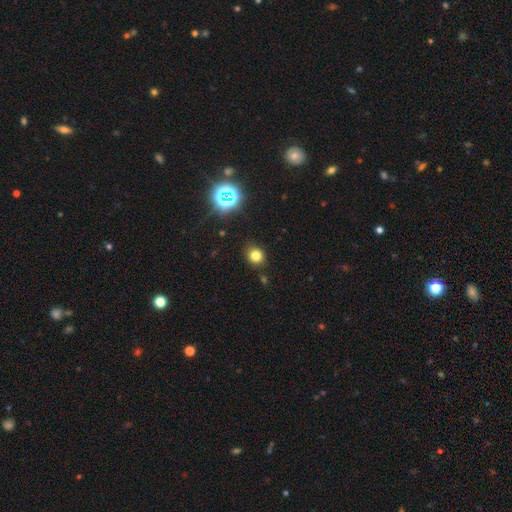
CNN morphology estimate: Overall: smooth (76%). How rounded: round (79%). Merging: none (87%).